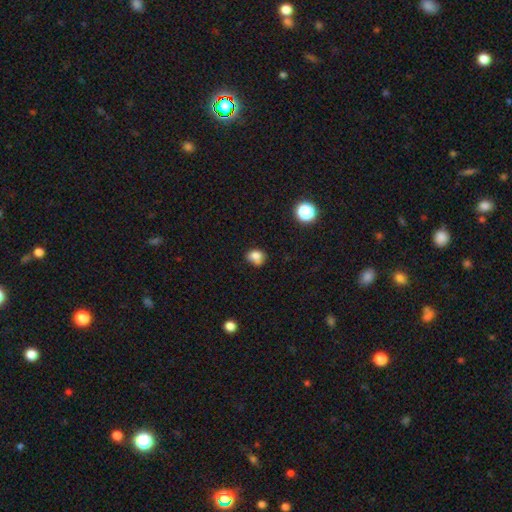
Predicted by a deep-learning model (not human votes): smooth-or-featured: smooth: 78% | star or artifact: 12% | featured or disk: 10%
  how-rounded: round: 58% | in between: 41% | cigar-shaped: 1%
  merging: none: 51% | minor disturbance: 27% | merger: 14% | major disturbance: 7%